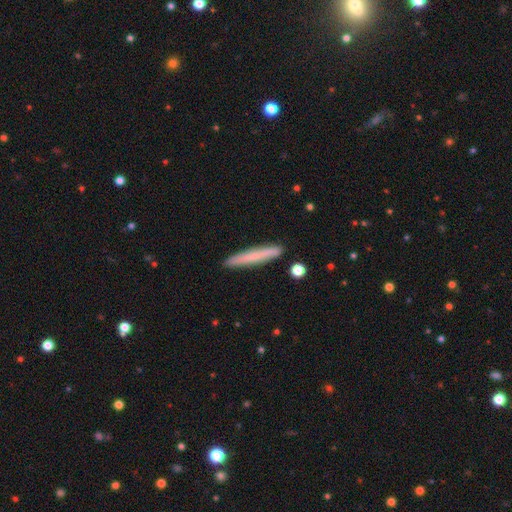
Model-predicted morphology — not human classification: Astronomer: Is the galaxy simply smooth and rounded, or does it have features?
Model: smooth — 66%.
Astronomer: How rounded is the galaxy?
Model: cigar-shaped — 95%.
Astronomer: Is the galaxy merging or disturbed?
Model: none — 90%.